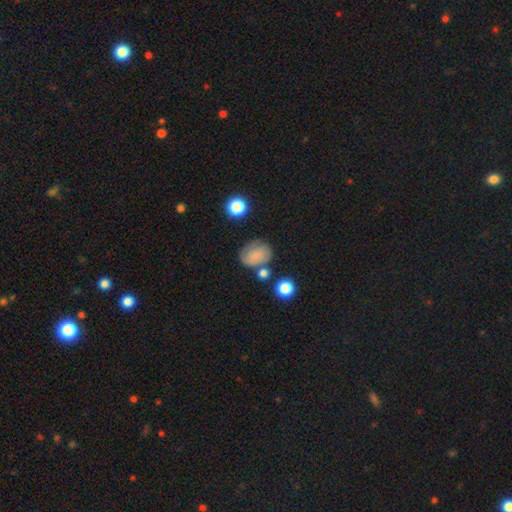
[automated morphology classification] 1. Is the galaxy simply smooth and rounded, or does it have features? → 71% smooth, 19% featured or disk, 10% star or artifact.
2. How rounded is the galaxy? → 59% in between, 40% round, 1% cigar-shaped.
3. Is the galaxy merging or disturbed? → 60% none, 22% minor disturbance, 10% merger, 8% major disturbance.